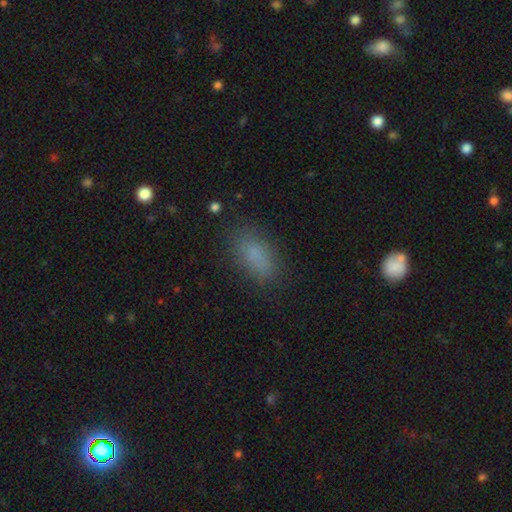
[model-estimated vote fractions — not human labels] The model was most divided on "merging": none: 79%, minor disturbance: 14%, major disturbance: 5%, merger: 2%. More confident: how rounded — in between (86%); smooth or featured — smooth (81%).